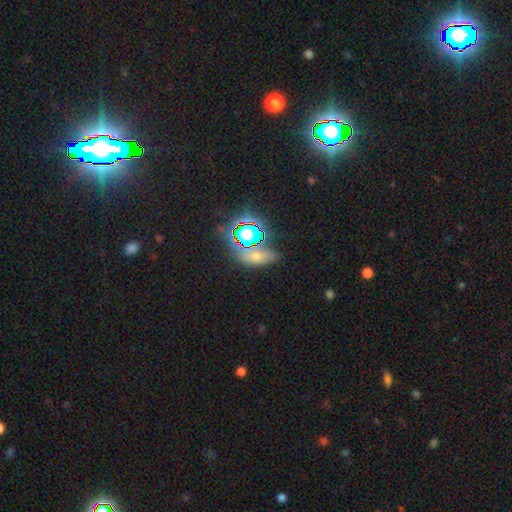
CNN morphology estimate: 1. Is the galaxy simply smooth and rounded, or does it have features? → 47% star or artifact, 39% smooth, 14% featured or disk.